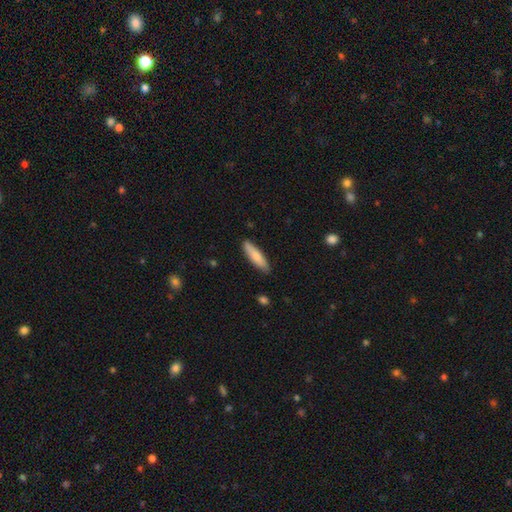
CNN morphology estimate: Smooth or featured?
  - smooth: 78% *
  - featured or disk: 16%
  - star or artifact: 5%
How rounded?
  - cigar-shaped: 70% *
  - in between: 29%
  - round: 1%
Merging?
  - none: 85% *
  - minor disturbance: 12%
  - major disturbance: 2%
  - merger: 1%